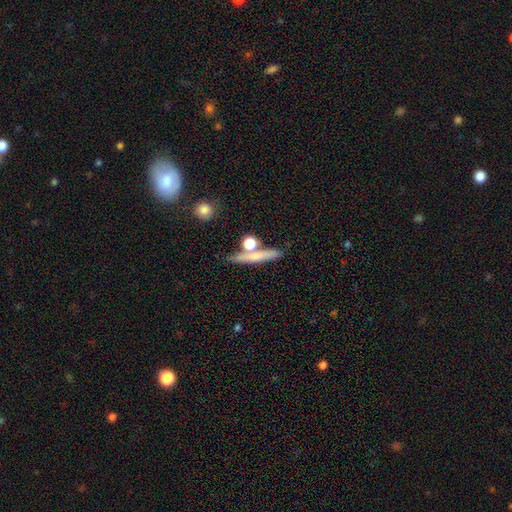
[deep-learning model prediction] Smooth or featured? smooth (60%)
How rounded? cigar-shaped (77%)
Merging? none (69%)